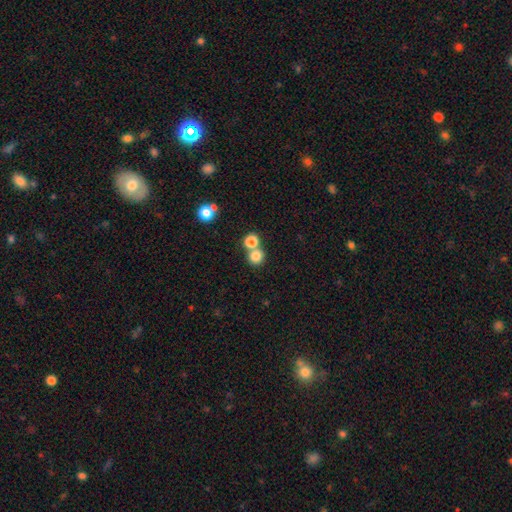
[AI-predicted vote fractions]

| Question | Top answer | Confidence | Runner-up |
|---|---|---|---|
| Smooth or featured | smooth | 80% | star or artifact (13%) |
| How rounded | round | 88% | in between (11%) |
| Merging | none | 54% | merger (37%) |